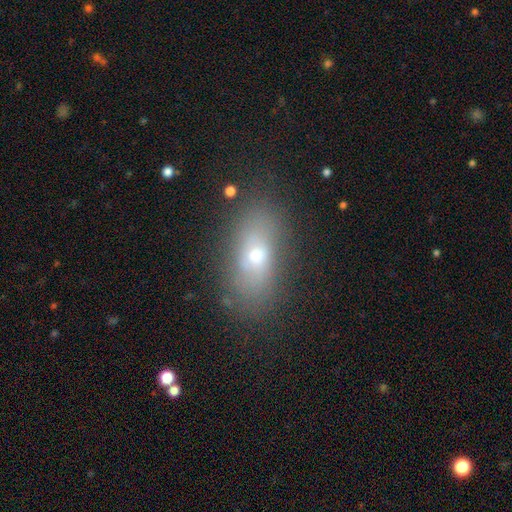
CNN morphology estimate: Smooth or featured? smooth (60%)
How rounded? in between (77%)
Merging? none (81%)